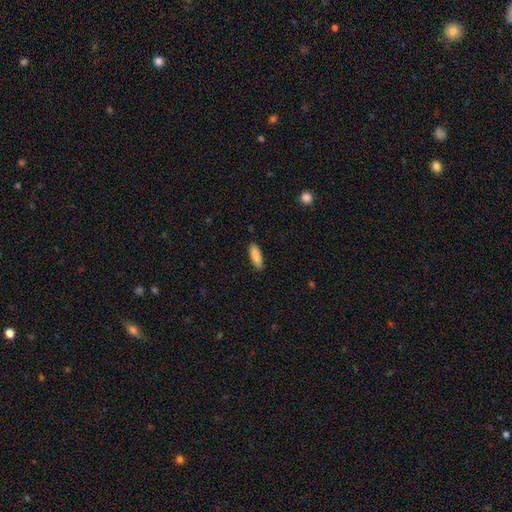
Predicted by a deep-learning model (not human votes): smooth-or-featured: smooth: 87% | featured or disk: 7% | star or artifact: 6%
  how-rounded: in between: 55% | cigar-shaped: 43% | round: 2%
  merging: none: 87% | minor disturbance: 10% | major disturbance: 2% | merger: 1%